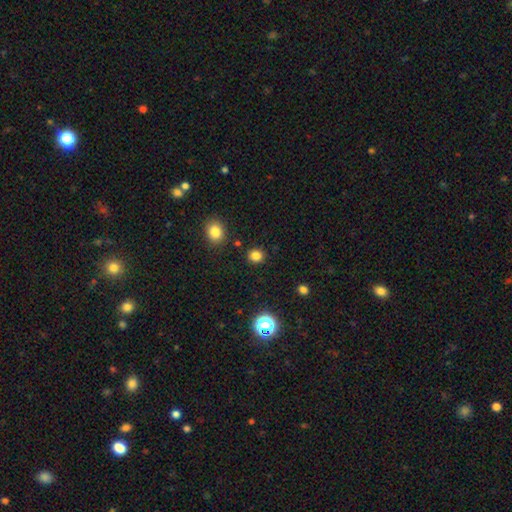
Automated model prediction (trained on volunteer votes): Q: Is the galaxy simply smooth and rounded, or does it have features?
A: smooth — 82%.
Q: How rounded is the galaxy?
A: round — 83%.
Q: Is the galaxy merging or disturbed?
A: none — 88%.